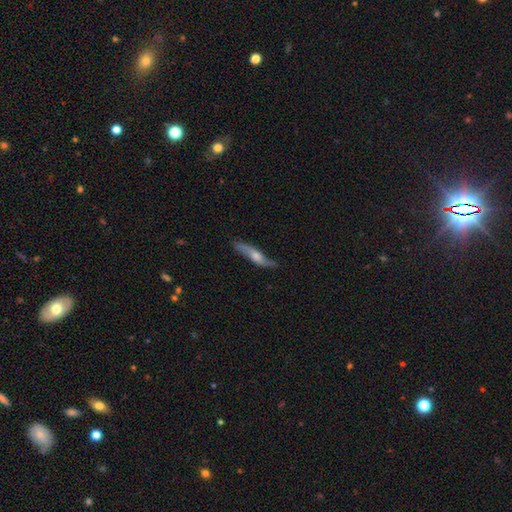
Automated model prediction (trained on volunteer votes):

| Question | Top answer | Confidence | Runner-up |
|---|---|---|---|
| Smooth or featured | featured or disk | 62% | smooth (32%) |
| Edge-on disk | yes | 63% | no (37%) |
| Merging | none | 74% | minor disturbance (20%) |